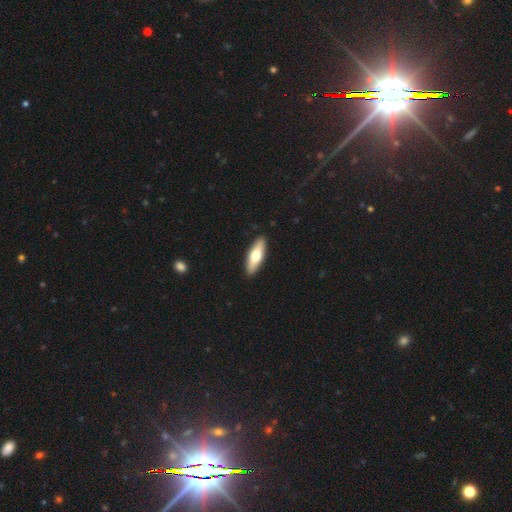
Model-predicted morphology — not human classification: type=smooth (61%); roundness=in between (51%); merging=none (91%).